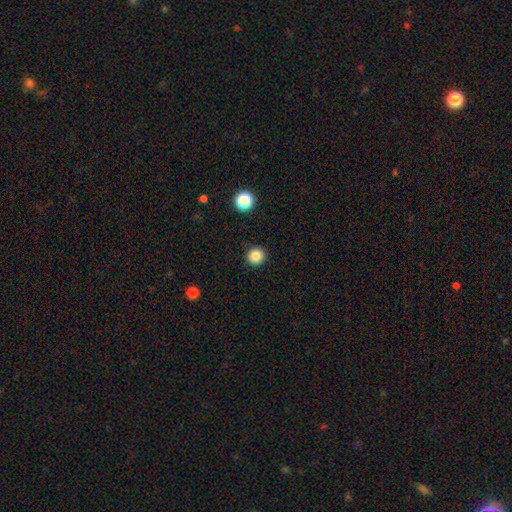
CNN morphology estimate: A smooth galaxy with no disk features (85%) that is round (95%). Merging: none (92%).